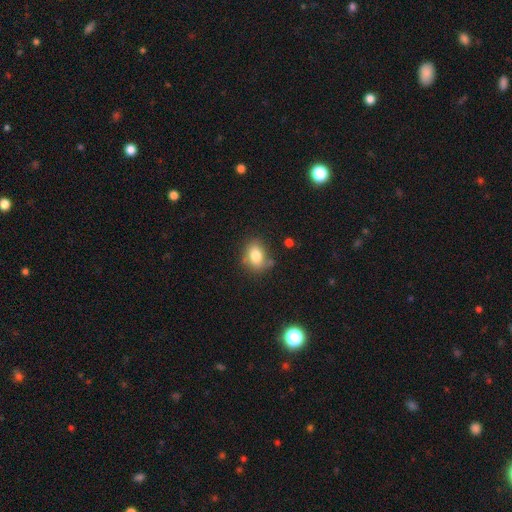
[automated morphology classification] smooth 80%, featured or disk 10%, star or artifact 10%. Down the decision tree: how rounded — in between (62%); merging — none (69%).